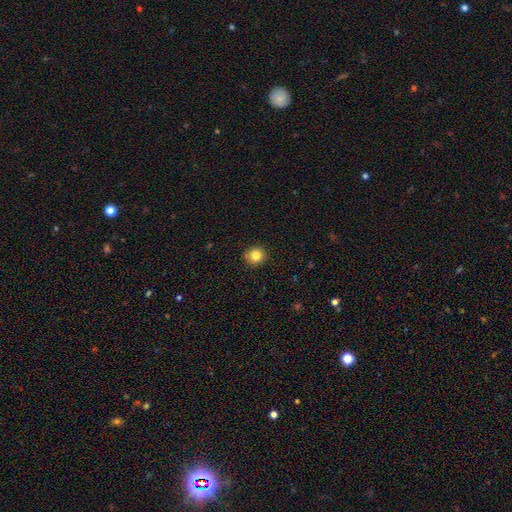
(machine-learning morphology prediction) The model was most divided on "smooth or featured": smooth: 83%, star or artifact: 11%, featured or disk: 6%. More confident: how rounded — round (92%); merging — none (91%).